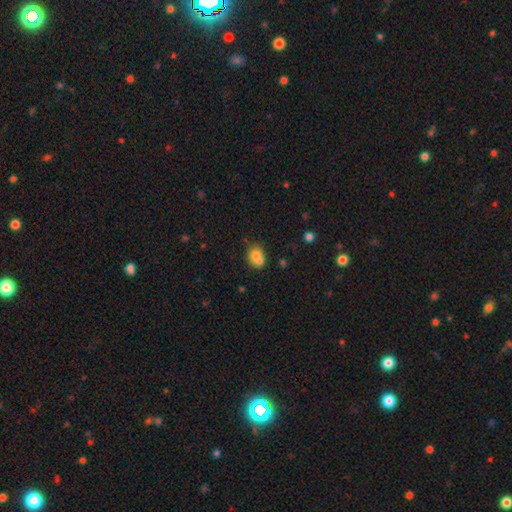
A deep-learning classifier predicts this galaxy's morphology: This appears to be a smooth galaxy with no disk features (73%) that is round (58%). Merging: merger (51%).